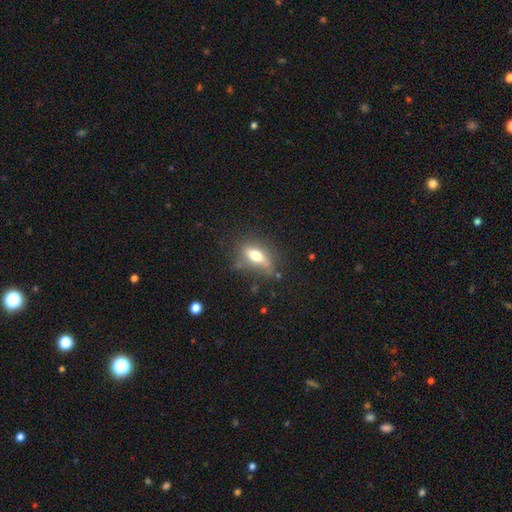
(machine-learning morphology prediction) smooth-or-featured: smooth: 60% | featured or disk: 30% | star or artifact: 9%
  how-rounded: in between: 70% | cigar-shaped: 22% | round: 8%
  merging: none: 63% | minor disturbance: 23% | major disturbance: 9% | merger: 4%